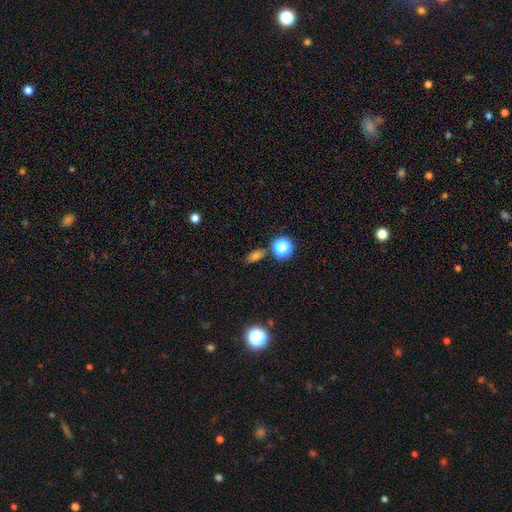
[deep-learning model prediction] The model was most divided on "smooth or featured": smooth: 65%, star or artifact: 25%, featured or disk: 10%. More confident: merging — none (82%); how rounded — in between (69%).